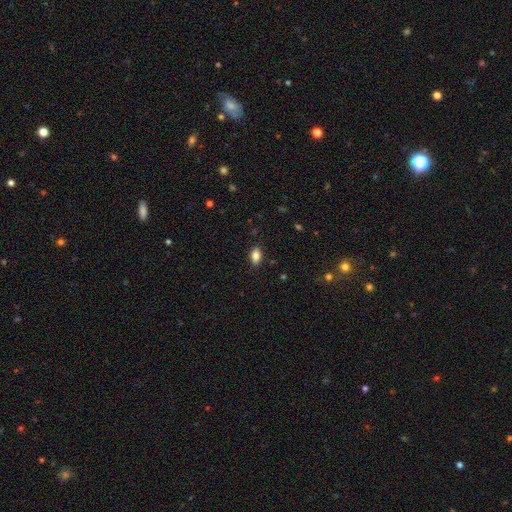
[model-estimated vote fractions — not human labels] The model was most divided on "smooth or featured": smooth: 83%, star or artifact: 9%, featured or disk: 8%. More confident: how rounded — in between (89%); merging — none (87%).